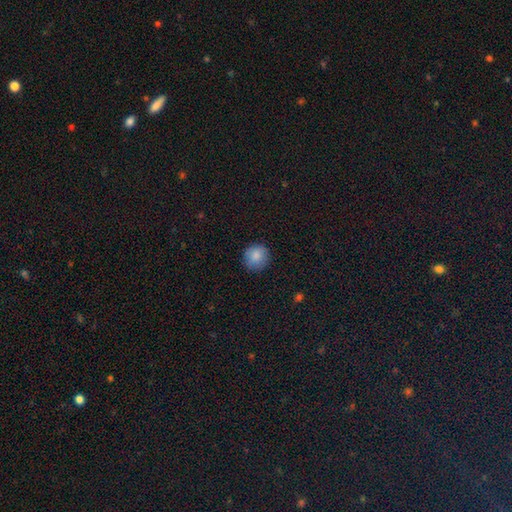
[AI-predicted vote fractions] Smooth or featured? Predicted: smooth (p=0.86). How rounded? Predicted: round (p=0.90). Merging? Predicted: none (p=0.84).